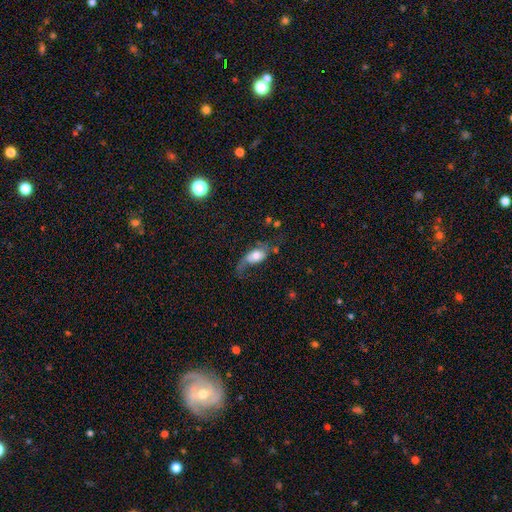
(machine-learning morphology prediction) type=smooth (53%); roundness=in between (84%); merging=major disturbance (38%).